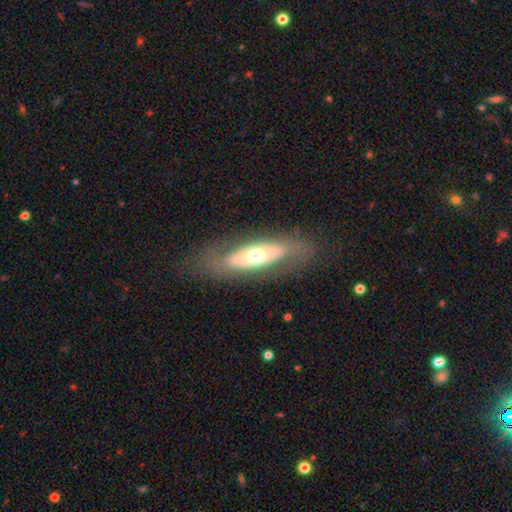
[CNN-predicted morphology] smooth_or_featured: featured or disk (p=0.56) [alt: smooth p=0.38]
disk_edge_on: no (p=0.73) [alt: yes p=0.27]
merging: none (p=0.74) [alt: minor disturbance p=0.15]